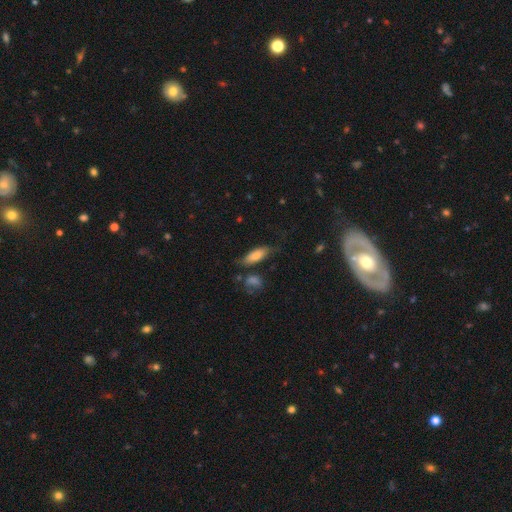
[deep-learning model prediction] smooth-or-featured: smooth: 79% | featured or disk: 14% | star or artifact: 7%
  how-rounded: in between: 69% | cigar-shaped: 29% | round: 3%
  merging: none: 61% | minor disturbance: 22% | major disturbance: 9% | merger: 8%